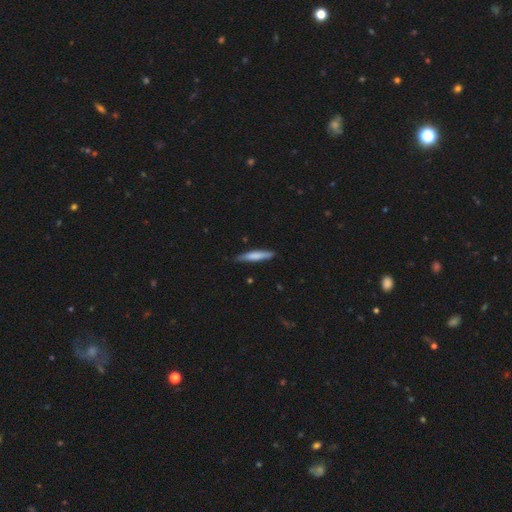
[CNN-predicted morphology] Smooth or featured? smooth (72%)
How rounded? cigar-shaped (89%)
Merging? none (80%)